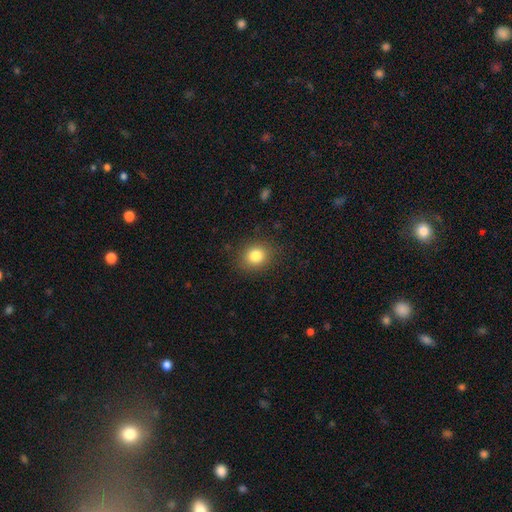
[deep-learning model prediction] Smooth or featured: smooth — 82% (star or artifact — 11%)
How rounded: round — 70% (in between — 29%)
Merging: none — 87% (minor disturbance — 9%)